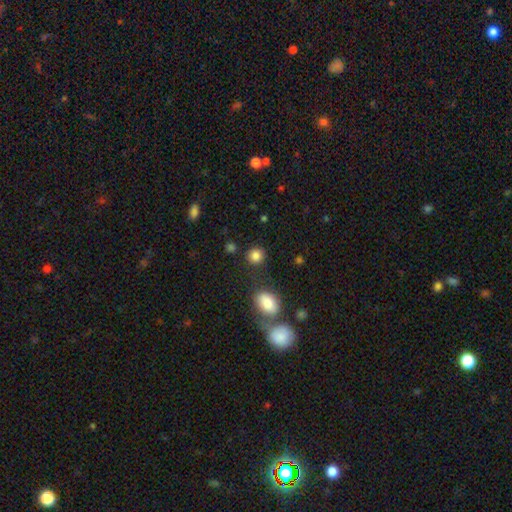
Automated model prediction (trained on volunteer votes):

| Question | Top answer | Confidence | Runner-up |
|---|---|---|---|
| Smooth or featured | smooth | 85% | star or artifact (11%) |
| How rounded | round | 85% | in between (14%) |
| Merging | none | 83% | minor disturbance (9%) |